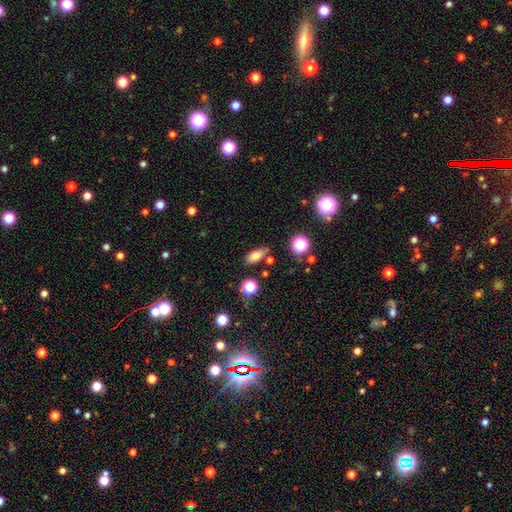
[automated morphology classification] Overall: smooth (75%). How rounded: in between (79%). Merging: none (75%).